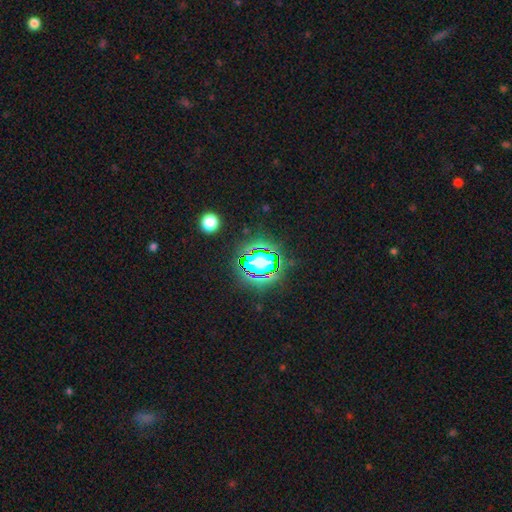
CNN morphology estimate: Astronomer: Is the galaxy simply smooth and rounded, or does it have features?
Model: star or artifact — 81%.